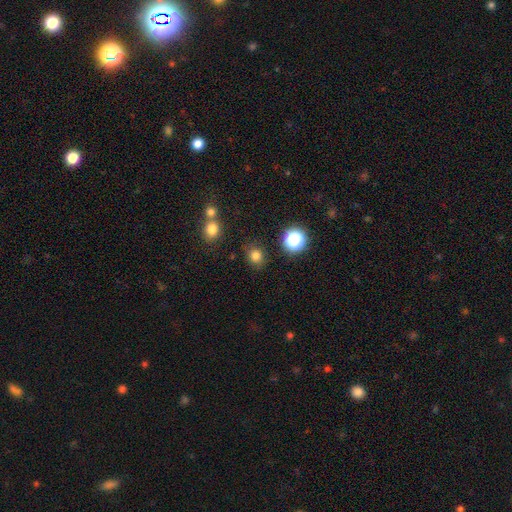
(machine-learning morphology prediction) smooth_or_featured: smooth (p=0.78) [alt: star or artifact p=0.17]
how_rounded: round (p=0.75) [alt: in between p=0.24]
merging: none (p=0.84) [alt: minor disturbance p=0.10]